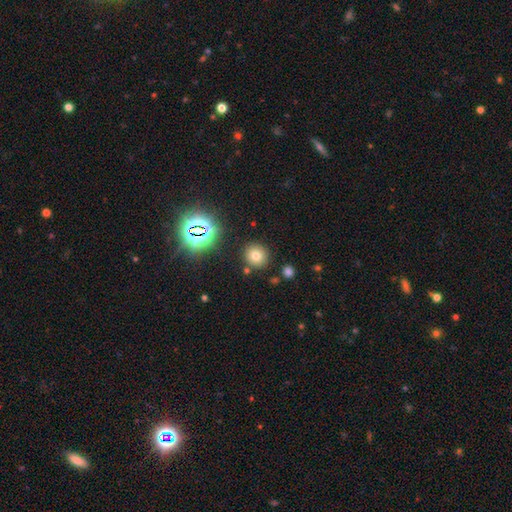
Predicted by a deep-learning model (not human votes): Smooth or featured? smooth (70%)
How rounded? round (88%)
Merging? none (85%)